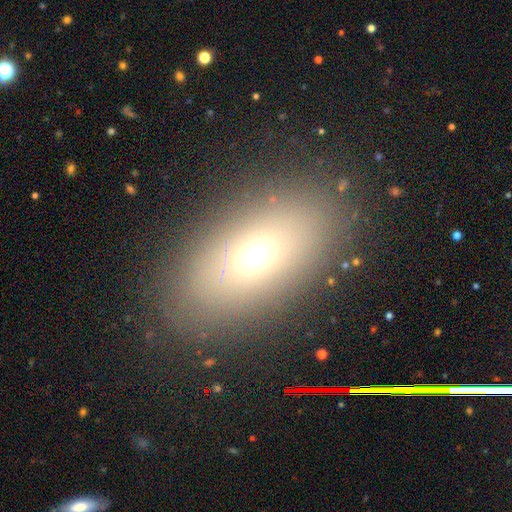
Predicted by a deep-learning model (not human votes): smooth-or-featured: smooth: 65% | featured or disk: 20% | star or artifact: 15%
  how-rounded: in between: 85% | round: 10% | cigar-shaped: 5%
  merging: none: 81% | minor disturbance: 11% | major disturbance: 6% | merger: 2%